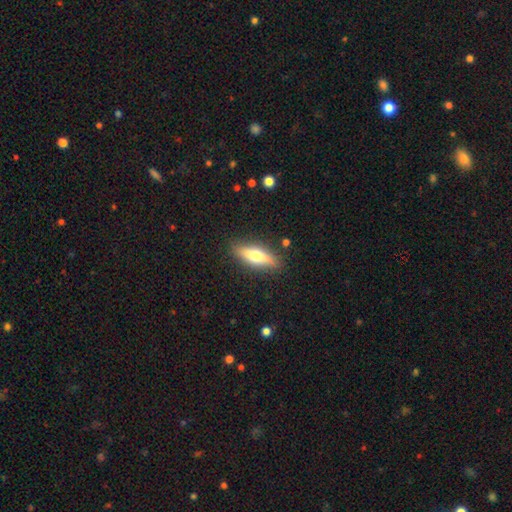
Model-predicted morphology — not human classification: This is possibly a smooth galaxy (55%). How rounded: possibly cigar-shaped (51%). Merging: clearly none (85%).